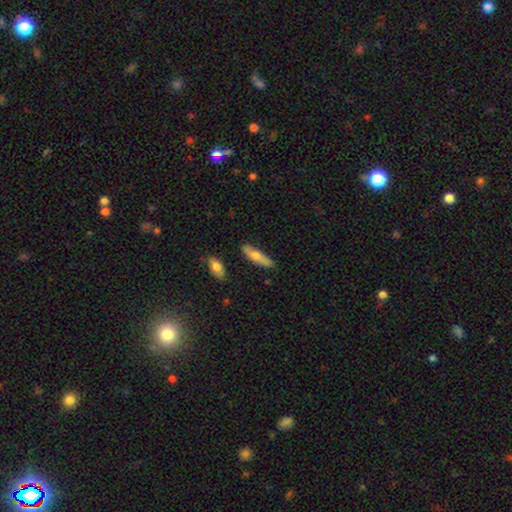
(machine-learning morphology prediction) smooth_or_featured: smooth (p=0.66) [alt: featured or disk p=0.28]
how_rounded: cigar-shaped (p=0.65) [alt: in between p=0.33]
merging: none (p=0.72) [alt: minor disturbance p=0.19]